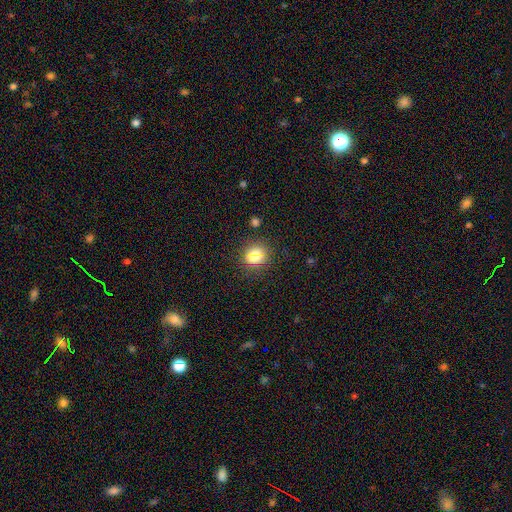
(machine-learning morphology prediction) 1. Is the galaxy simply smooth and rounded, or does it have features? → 62% smooth, 28% star or artifact, 9% featured or disk.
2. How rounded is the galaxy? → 84% round, 13% in between, 3% cigar-shaped.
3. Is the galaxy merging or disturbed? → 86% none, 8% minor disturbance, 3% major disturbance, 3% merger.